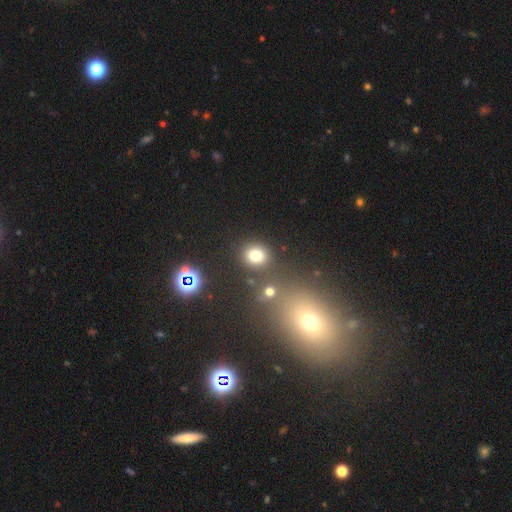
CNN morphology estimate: Smooth or featured: smooth — 75% (star or artifact — 18%)
How rounded: round — 79% (in between — 20%)
Merging: none — 80% (minor disturbance — 9%)